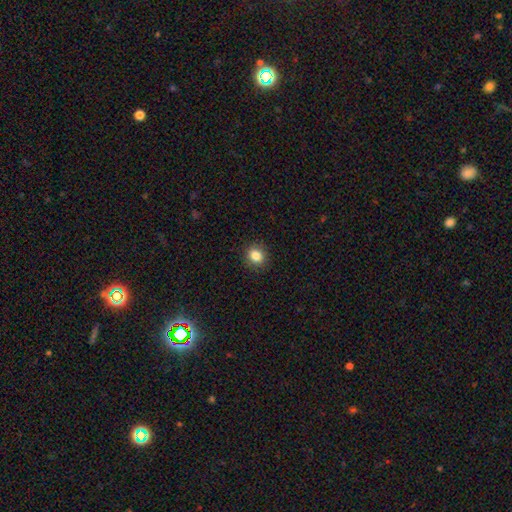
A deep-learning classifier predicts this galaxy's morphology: A smooth galaxy with no disk features (85%) that is round (72%). Merging: none (90%).